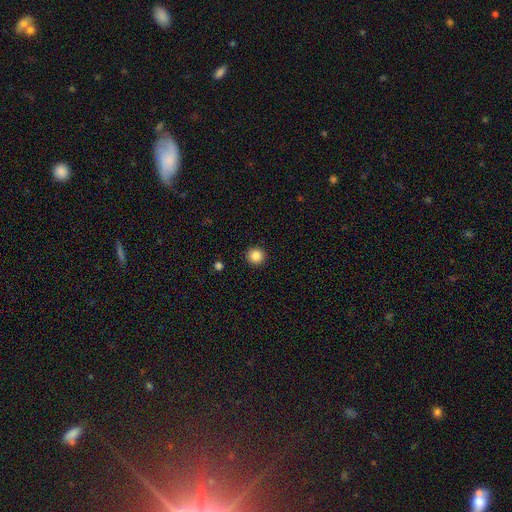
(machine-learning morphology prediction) The model was most divided on "smooth or featured": smooth: 87%, star or artifact: 10%, featured or disk: 4%. More confident: how rounded — round (95%); merging — none (93%).